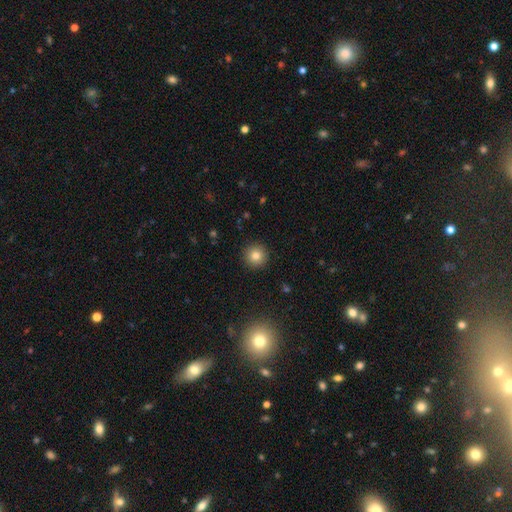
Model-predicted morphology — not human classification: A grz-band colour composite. It shows a smooth galaxy with no disk features (81%) that is round (95%). Merging: none (92%).